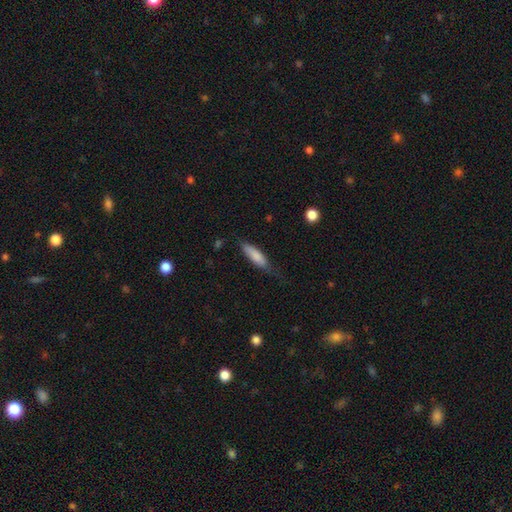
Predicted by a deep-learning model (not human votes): smooth-or-featured: smooth: 80% | featured or disk: 14% | star or artifact: 6%
  how-rounded: cigar-shaped: 57% | in between: 42% | round: 2%
  merging: none: 61% | minor disturbance: 29% | major disturbance: 9% | merger: 2%